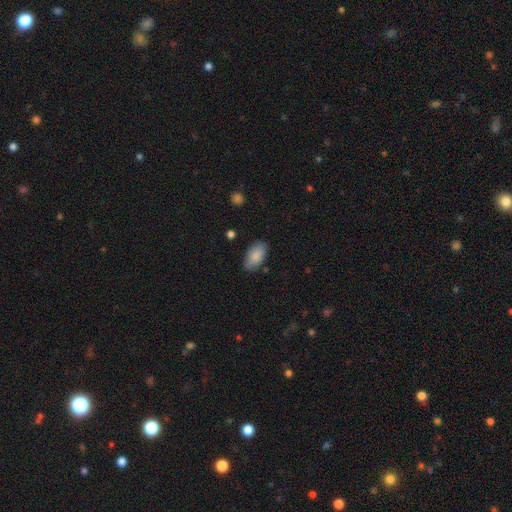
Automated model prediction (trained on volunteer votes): The model was most divided on "merging": none: 80%, minor disturbance: 16%, major disturbance: 3%, merger: 2%. More confident: how rounded — in between (94%); smooth or featured — smooth (86%).